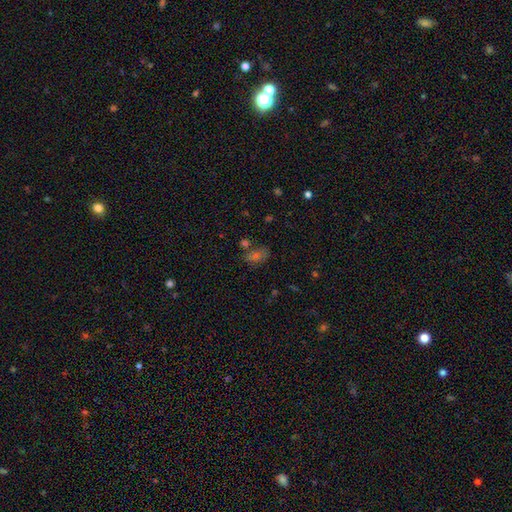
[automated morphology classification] type=smooth (48%); merging=none (65%).